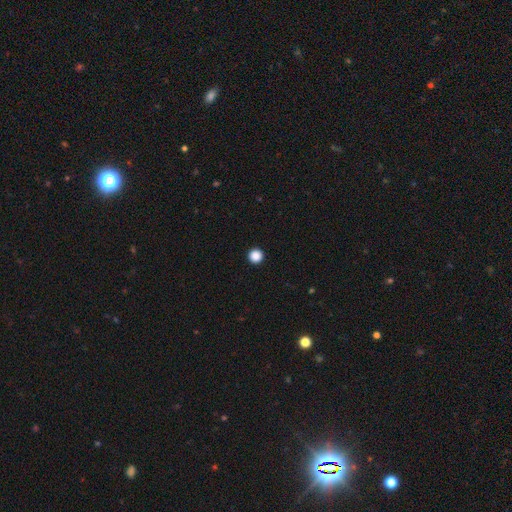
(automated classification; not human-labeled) Morphology: type=smooth (88%); roundness=round (97%); merging=none (95%).